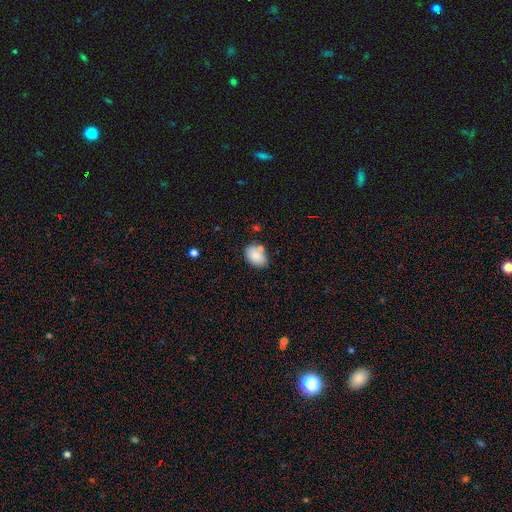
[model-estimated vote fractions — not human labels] Overall: smooth (84%). How rounded: in between (81%). Merging: none (67%).